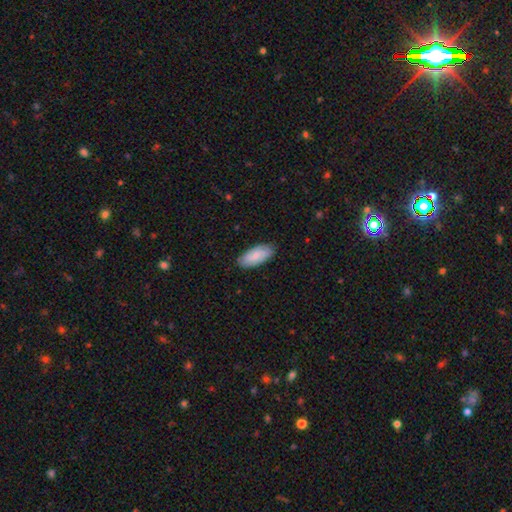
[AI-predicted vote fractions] Smooth or featured: smooth — 75% (featured or disk — 19%)
How rounded: in between — 87% (cigar-shaped — 11%)
Merging: none — 84% (minor disturbance — 13%)